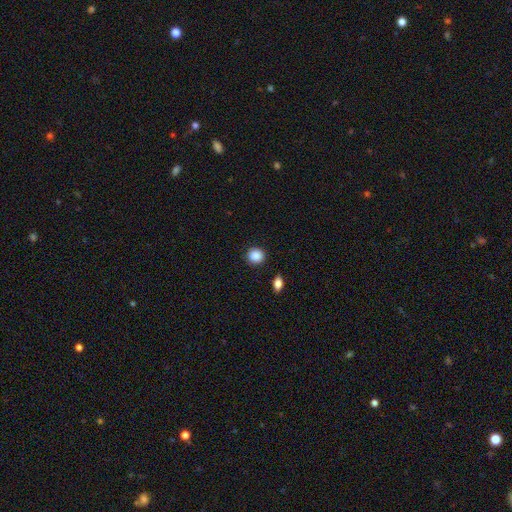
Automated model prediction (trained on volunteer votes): smooth_or_featured: smooth (p=0.89) [alt: star or artifact p=0.08]
how_rounded: round (p=0.86) [alt: in between p=0.13]
merging: none (p=0.89) [alt: minor disturbance p=0.07]